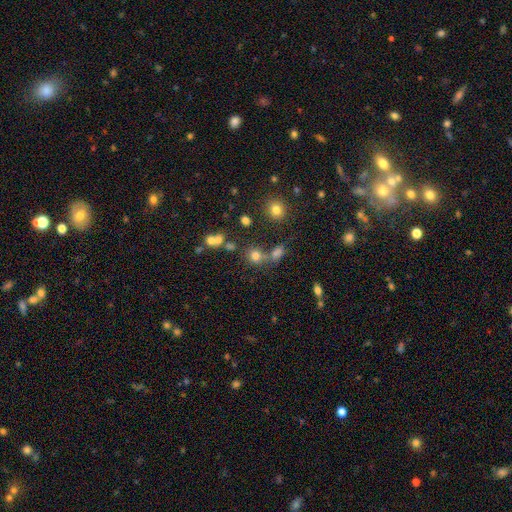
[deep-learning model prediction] smooth-or-featured: smooth: 72% | star or artifact: 18% | featured or disk: 10%
  how-rounded: round: 80% | in between: 19% | cigar-shaped: 1%
  merging: none: 60% | merger: 24% | minor disturbance: 11% | major disturbance: 6%